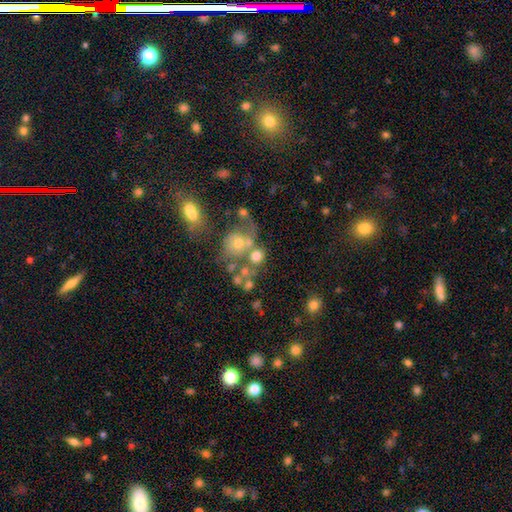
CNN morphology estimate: Q: Smooth or featured?
A: smooth (56%); runner-up: featured or disk (30%)
Q: How rounded?
A: round (72%); runner-up: in between (27%)
Q: Merging?
A: merger (39%); runner-up: none (35%)